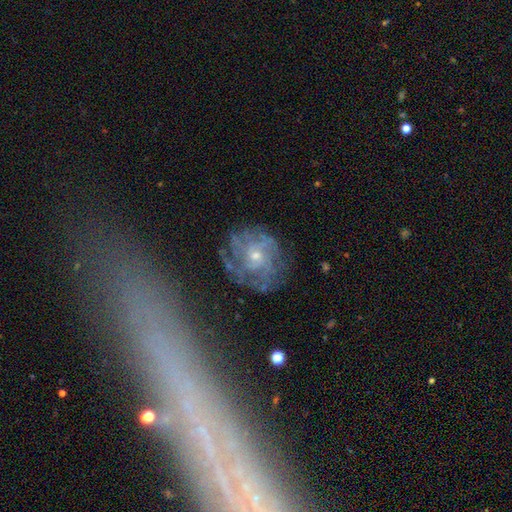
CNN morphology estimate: smooth-or-featured: featured or disk: 74% | smooth: 15% | star or artifact: 12%
  disk-edge-on: no: 96% | yes: 4%
    bar: no: 74% | weak: 22% | strong: 4%
    has-spiral-arms: yes: 84% | no: 16%
      spiral-winding: tight: 57% | medium: 31% | loose: 12%
      spiral-arm-count: can't tell: 47% | 4: 15% | 3: 14% | 2: 11% | more than 4: 8% | 1: 6%
    bulge-size: small: 63% | moderate: 32% | none: 2% | large: 2% | dominant: 1%
  merging: none: 68% | minor disturbance: 17% | major disturbance: 11% | merger: 4%